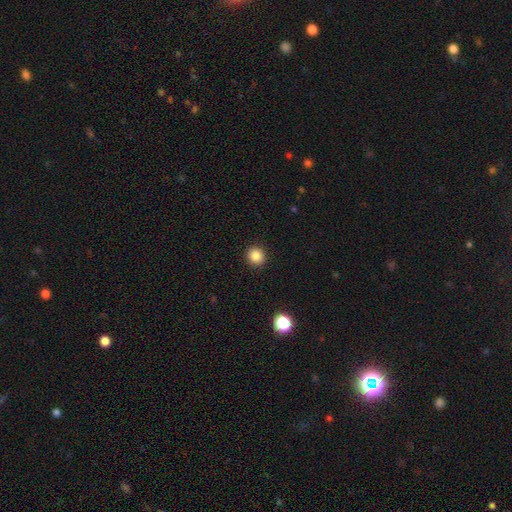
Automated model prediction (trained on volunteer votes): This appears to be a smooth galaxy with no disk features (85%) that is round (89%). Merging: none (92%).